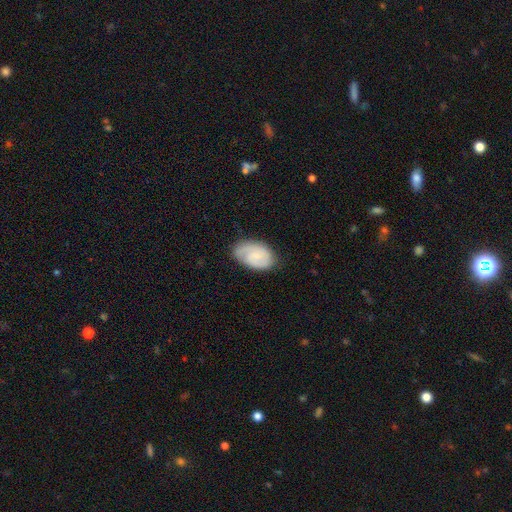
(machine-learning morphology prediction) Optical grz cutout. It shows a featured or disk galaxy (57%) with no bar (61%), spiral arms (89%) and a small central bulge (61%). Merging: none (72%).